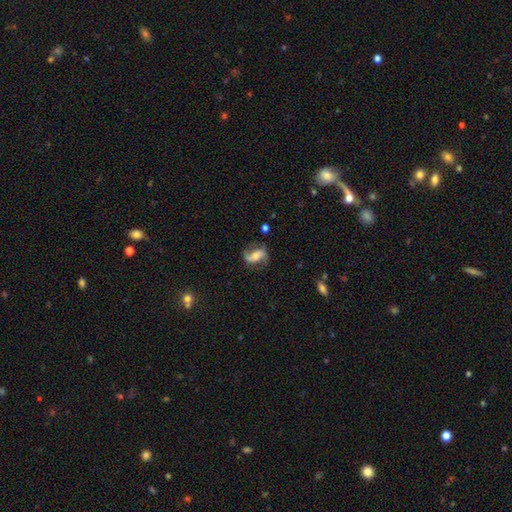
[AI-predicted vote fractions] Smooth or featured? Predicted: featured or disk (p=0.74). Edge-on disk? Predicted: no (p=0.96). Bar? Predicted: weak (p=0.35). Spiral arms? Predicted: yes (p=0.92). Spiral winding? Predicted: loose (p=0.51). Spiral arm count? Predicted: 2 (p=0.87). Bulge size? Predicted: moderate (p=0.54). Merging? Predicted: none (p=0.71).